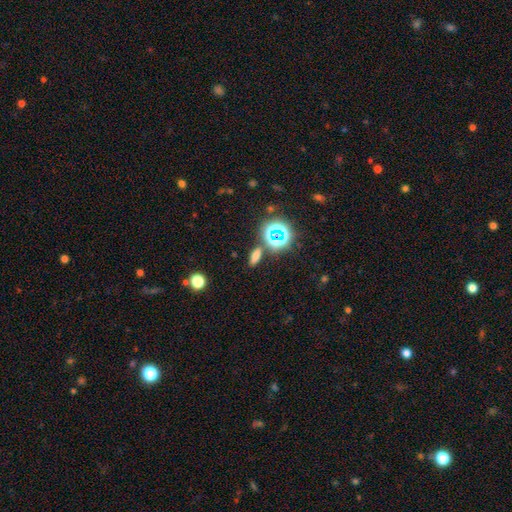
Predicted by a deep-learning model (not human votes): This is likely a smooth galaxy (64%). How rounded: likely in between (61%). Merging: clearly none (81%).